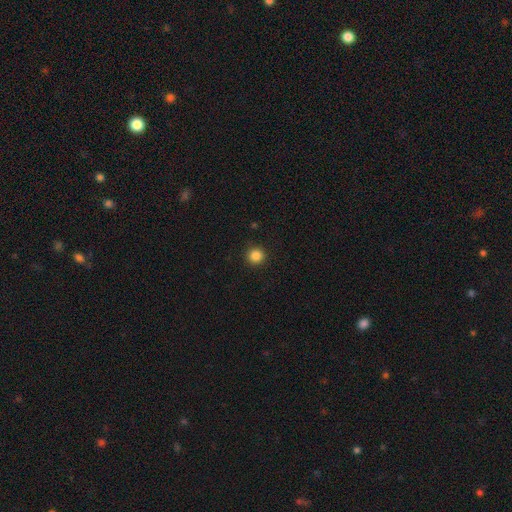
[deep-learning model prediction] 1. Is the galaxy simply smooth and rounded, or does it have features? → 85% smooth, 11% star or artifact, 3% featured or disk.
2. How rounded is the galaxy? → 96% round, 4% in between, 1% cigar-shaped.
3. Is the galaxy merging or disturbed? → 93% none, 4% minor disturbance, 2% major disturbance, 1% merger.